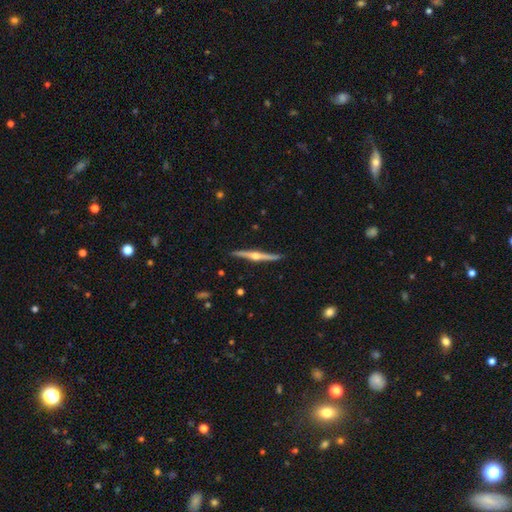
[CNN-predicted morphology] This appears to be a featured or disk galaxy (85%) viewed edge-on (98%) with a rounded central bulge (95%). Merging: none (90%).